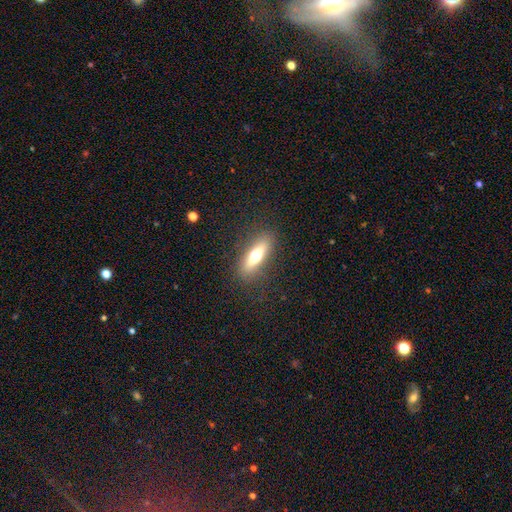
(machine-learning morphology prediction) type=smooth (59%); roundness=cigar-shaped (58%); merging=none (86%).